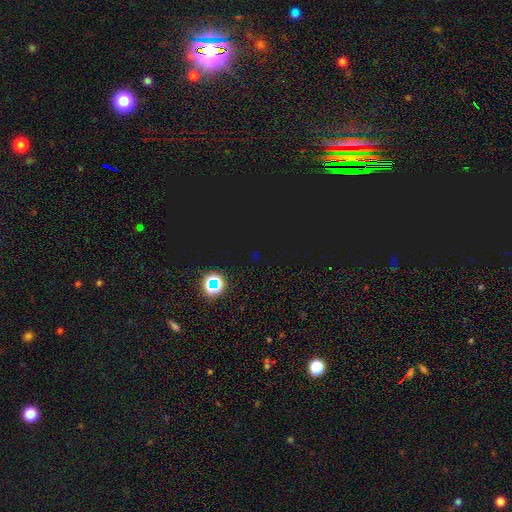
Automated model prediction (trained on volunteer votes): A star or artifact, not a galaxy (82%).